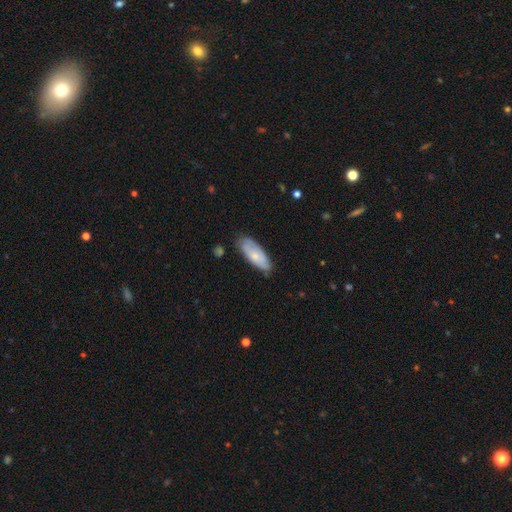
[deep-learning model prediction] A smooth galaxy with no disk features (66%) that is in between round and cigar-shaped (76%). Merging: none (74%).